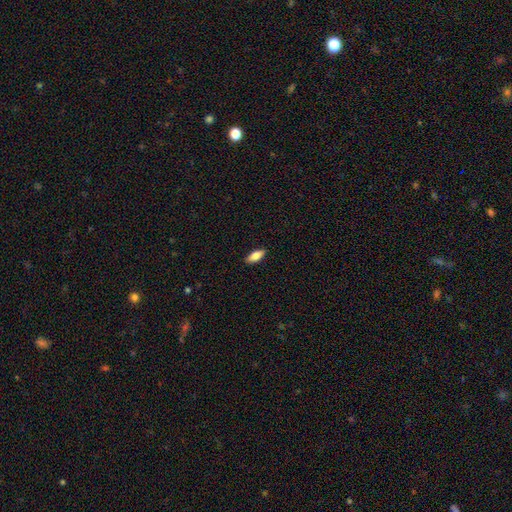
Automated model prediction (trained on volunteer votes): Overall: smooth (81%). How rounded: in between (80%). Merging: none (89%).